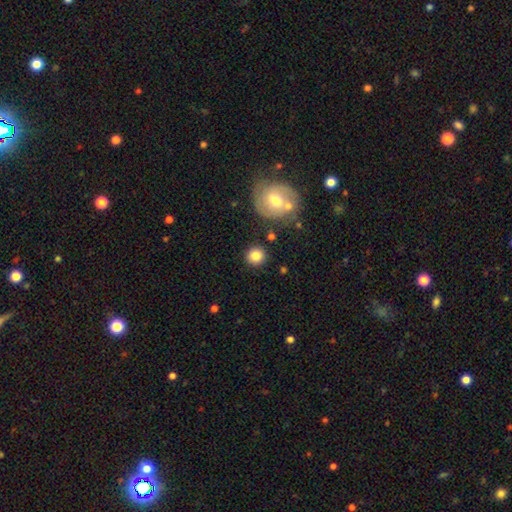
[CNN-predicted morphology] This is clearly a smooth galaxy (83%). How rounded: clearly round (92%). Merging: clearly none (86%).